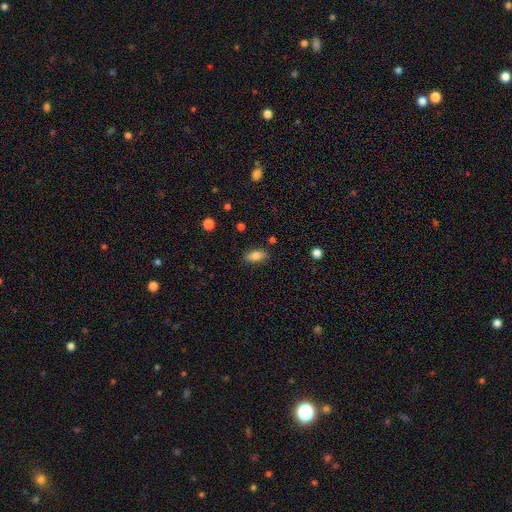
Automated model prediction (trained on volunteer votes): smooth 80%, featured or disk 11%, star or artifact 8%. Down the decision tree: how rounded — in between (86%); merging — none (84%).